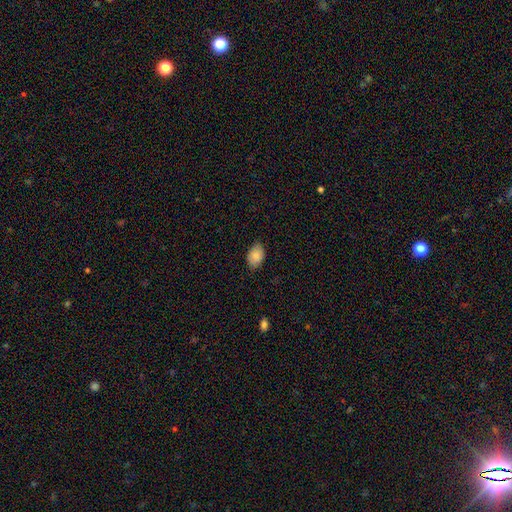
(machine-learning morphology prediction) Smooth or featured: smooth — 88% (star or artifact — 7%)
How rounded: in between — 87% (round — 12%)
Merging: none — 82% (minor disturbance — 14%)